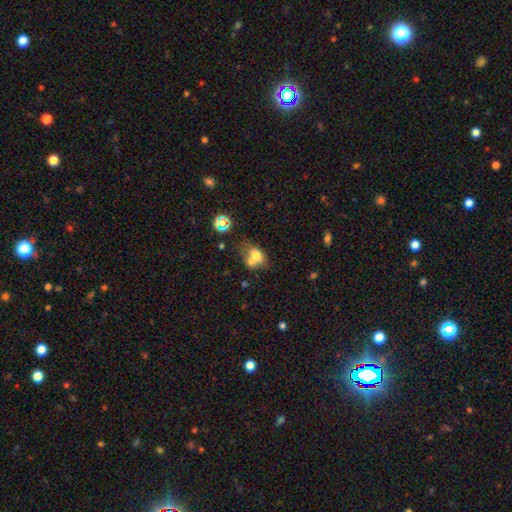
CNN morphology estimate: smooth-or-featured: smooth: 65% | featured or disk: 22% | star or artifact: 13%
  how-rounded: in between: 65% | round: 33% | cigar-shaped: 2%
  merging: merger: 55% | none: 28% | minor disturbance: 11% | major disturbance: 6%